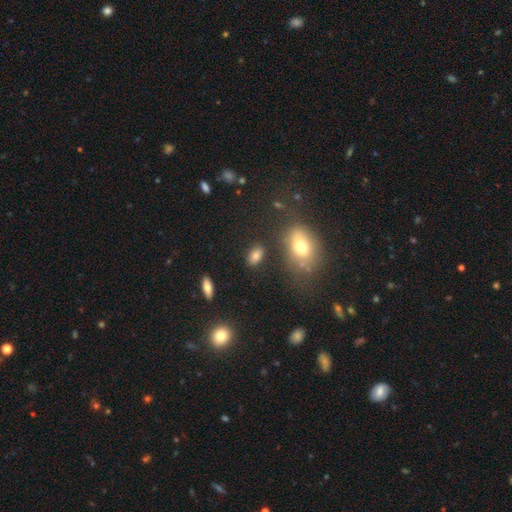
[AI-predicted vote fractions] smooth-or-featured: smooth: 77% | star or artifact: 13% | featured or disk: 10%
  how-rounded: in between: 85% | round: 12% | cigar-shaped: 3%
  merging: none: 80% | minor disturbance: 11% | merger: 5% | major disturbance: 4%